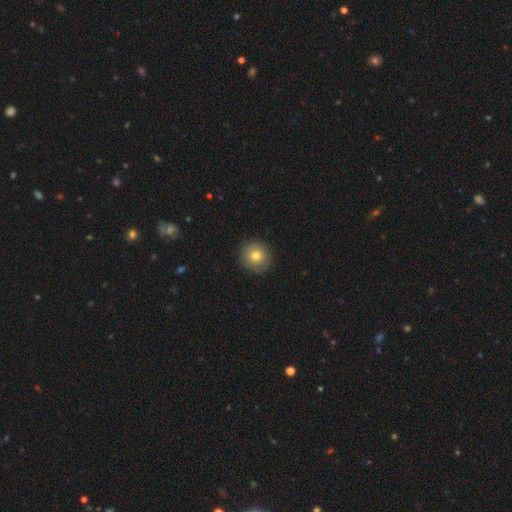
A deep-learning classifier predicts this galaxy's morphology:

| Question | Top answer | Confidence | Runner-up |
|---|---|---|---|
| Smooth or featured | smooth | 78% | featured or disk (13%) |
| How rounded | round | 93% | in between (6%) |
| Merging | none | 90% | minor disturbance (7%) |